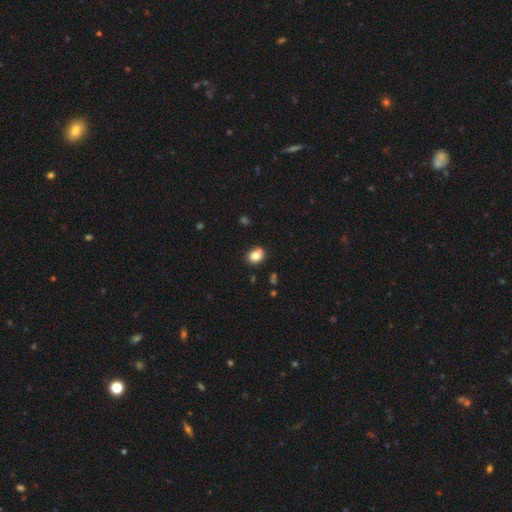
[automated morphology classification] Smooth or featured: smooth — 83% (star or artifact — 10%)
How rounded: round — 52% (in between — 47%)
Merging: none — 77% (minor disturbance — 17%)